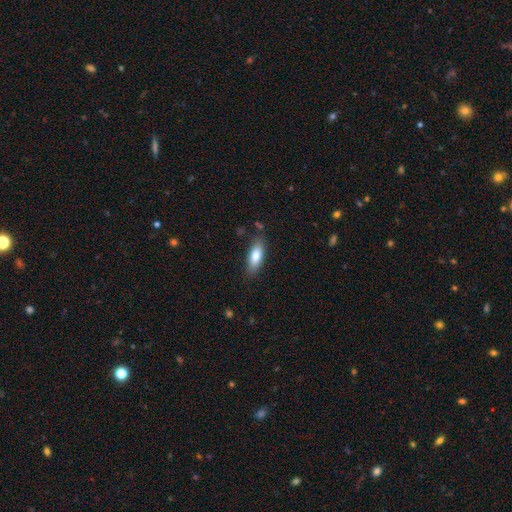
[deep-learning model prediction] Q: Smooth or featured?
A: smooth (80%); runner-up: featured or disk (13%)
Q: How rounded?
A: in between (70%); runner-up: cigar-shaped (28%)
Q: Merging?
A: none (82%); runner-up: minor disturbance (13%)